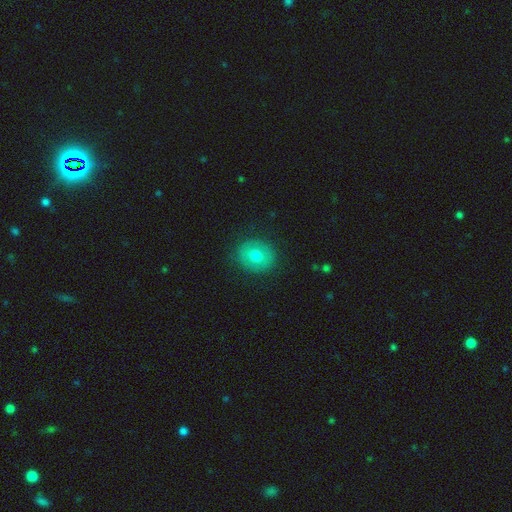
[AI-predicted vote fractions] The model was most divided on "smooth or featured": smooth: 70%, featured or disk: 20%, star or artifact: 9%. More confident: merging — none (87%); how rounded — round (77%).